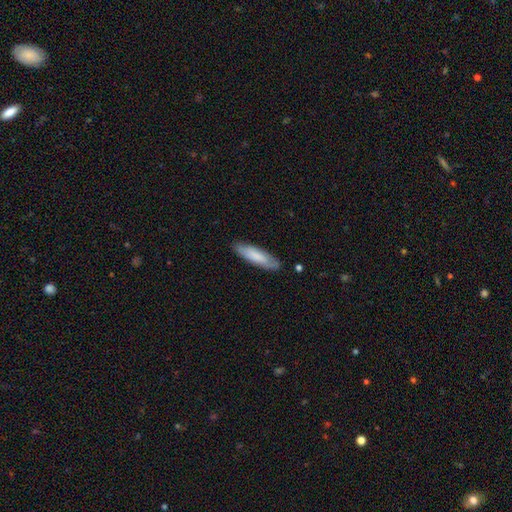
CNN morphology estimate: This is likely a smooth galaxy (77%). How rounded: likely cigar-shaped (66%). Merging: clearly none (83%).